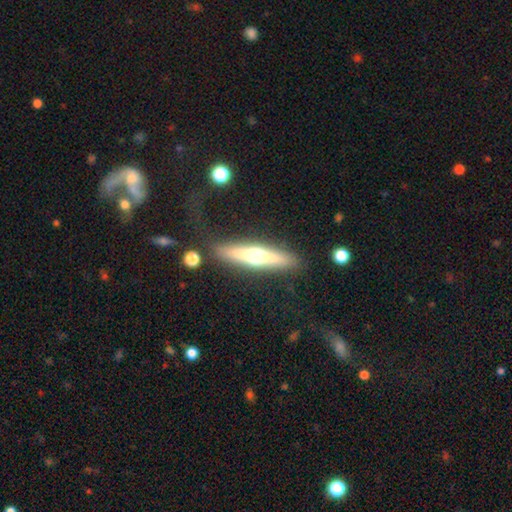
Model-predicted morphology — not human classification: Smooth or featured?
  - featured or disk: 60% *
  - smooth: 34%
  - star or artifact: 6%
Edge-on disk?
  - yes: 91% *
  - no: 9%
Edge-on bulge?
  - rounded: 93% *
  - none: 5%
  - boxy: 3%
Merging?
  - none: 80% *
  - minor disturbance: 13%
  - major disturbance: 5%
  - merger: 2%